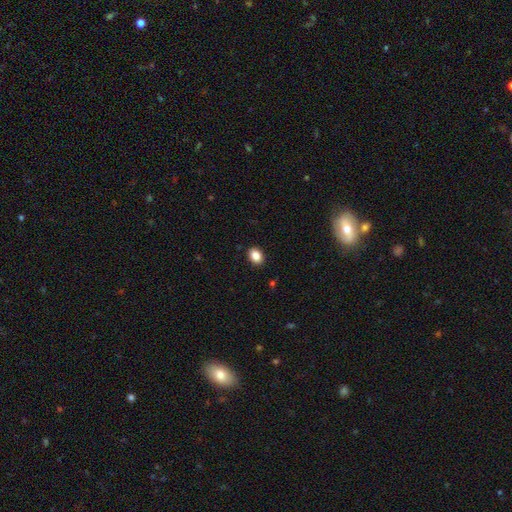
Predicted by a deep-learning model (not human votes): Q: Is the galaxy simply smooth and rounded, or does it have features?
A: smooth — 87%.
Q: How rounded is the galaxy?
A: in between — 74%.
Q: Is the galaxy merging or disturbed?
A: none — 90%.